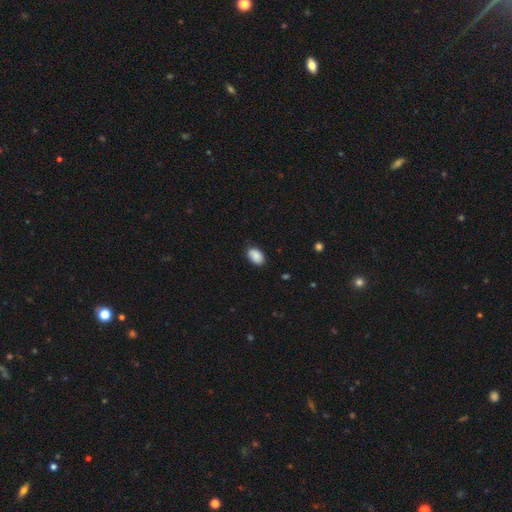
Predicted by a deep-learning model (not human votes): The model was most divided on "merging": none: 84%, minor disturbance: 13%, major disturbance: 2%, merger: 1%. More confident: how rounded — in between (90%); smooth or featured — smooth (89%).